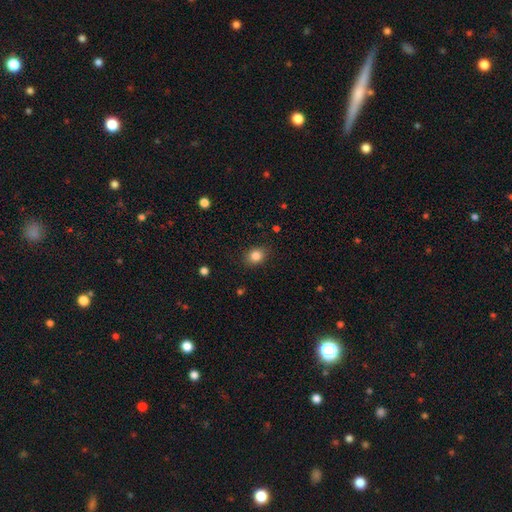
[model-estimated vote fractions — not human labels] This appears to be a smooth galaxy with no disk features (84%) that is in between round and cigar-shaped (50%). Merging: none (86%).